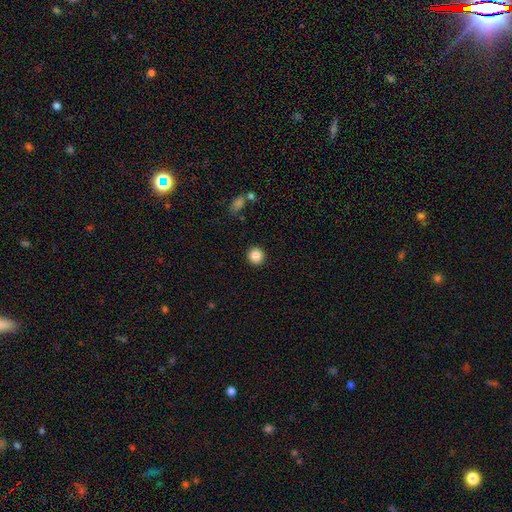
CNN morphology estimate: This appears to be a smooth galaxy with no disk features (86%) that is round (94%). Merging: none (92%).